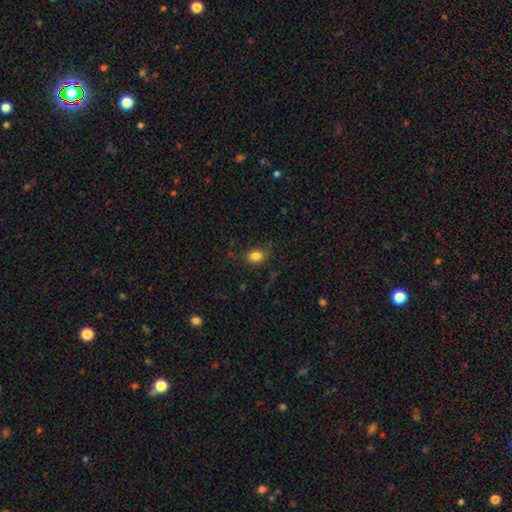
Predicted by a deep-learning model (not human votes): smooth 82%, star or artifact 11%, featured or disk 7%. Down the decision tree: how rounded — in between (66%); merging — none (74%).